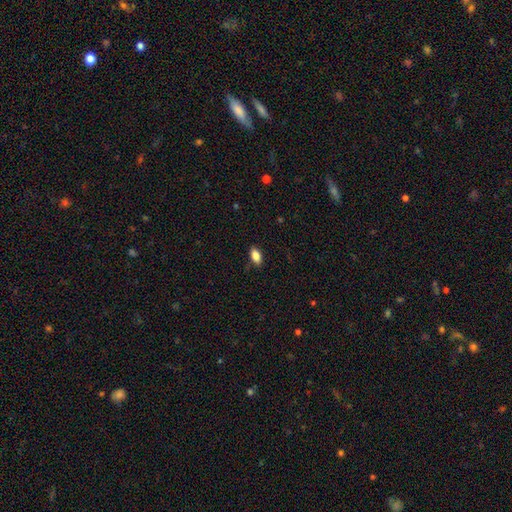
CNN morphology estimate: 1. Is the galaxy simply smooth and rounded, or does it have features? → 84% smooth, 8% featured or disk, 8% star or artifact.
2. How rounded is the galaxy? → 89% in between, 7% cigar-shaped, 4% round.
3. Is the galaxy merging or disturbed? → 85% none, 12% minor disturbance, 2% major disturbance, 1% merger.